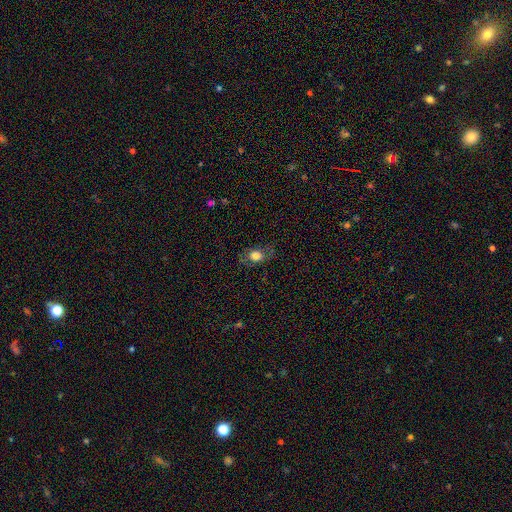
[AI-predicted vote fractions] This appears to be a smooth galaxy with no disk features (73%) that is in between round and cigar-shaped (64%). Merging: none (71%).